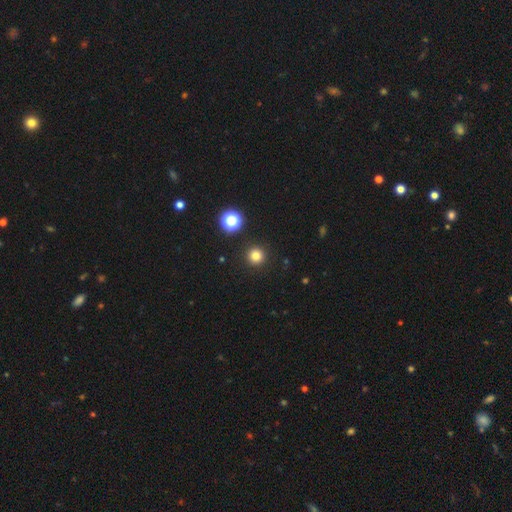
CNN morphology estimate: A smooth galaxy with no disk features (80%) that is round (96%).

Vote fractions:
- Smooth or featured? smooth: 80% / star or artifact: 15% / featured or disk: 5%
- How rounded? round: 96% / in between: 3% / cigar-shaped: 1%
- Merging? none: 92% / minor disturbance: 4% / major disturbance: 2% / merger: 1%